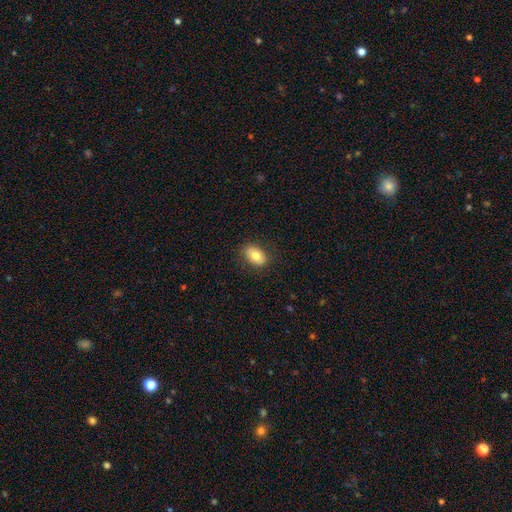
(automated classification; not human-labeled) This appears to be a smooth galaxy with no disk features (78%) that is in between round and cigar-shaped (86%). Merging: none (86%).